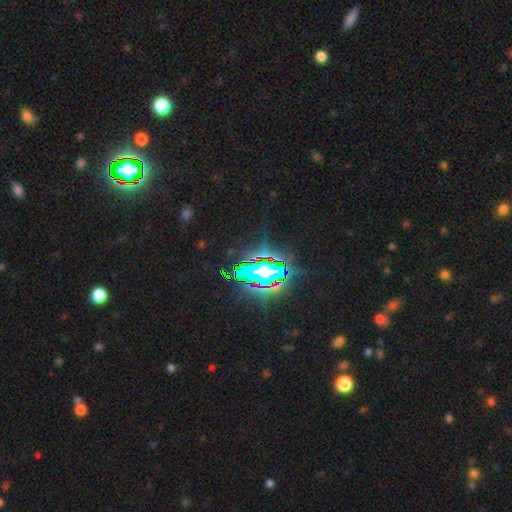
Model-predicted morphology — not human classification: smooth-or-featured: star or artifact: 75% | smooth: 13% | featured or disk: 12%